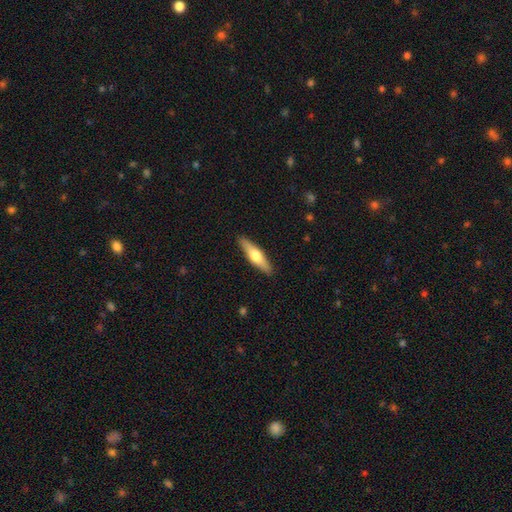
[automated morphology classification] smooth 52%, featured or disk 43%, star or artifact 5%. Down the decision tree: how rounded — cigar-shaped (71%); merging — none (90%).